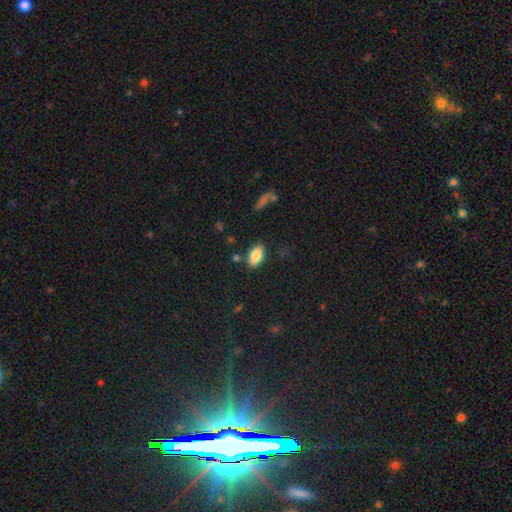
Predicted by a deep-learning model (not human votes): Q: Smooth or featured?
A: smooth (83%); runner-up: featured or disk (9%)
Q: How rounded?
A: in between (92%); runner-up: cigar-shaped (4%)
Q: Merging?
A: none (82%); runner-up: minor disturbance (11%)